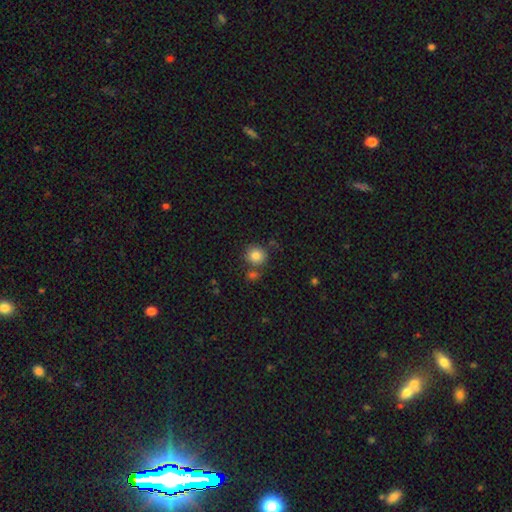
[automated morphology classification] This appears to be a smooth galaxy with no disk features (84%) that is round (89%). Merging: none (71%).